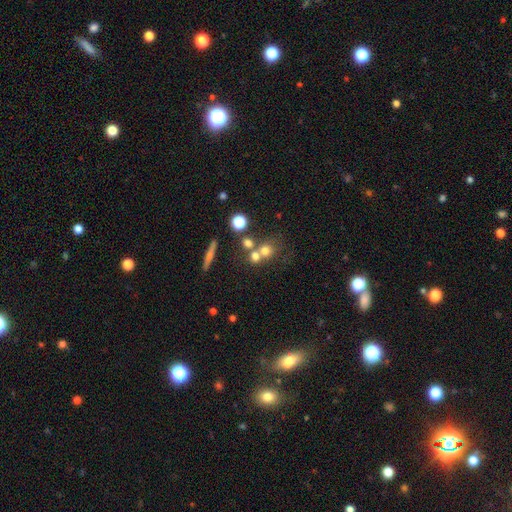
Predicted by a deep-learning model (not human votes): Smooth or featured? smooth (63%)
How rounded? round (83%)
Merging? merger (45%)